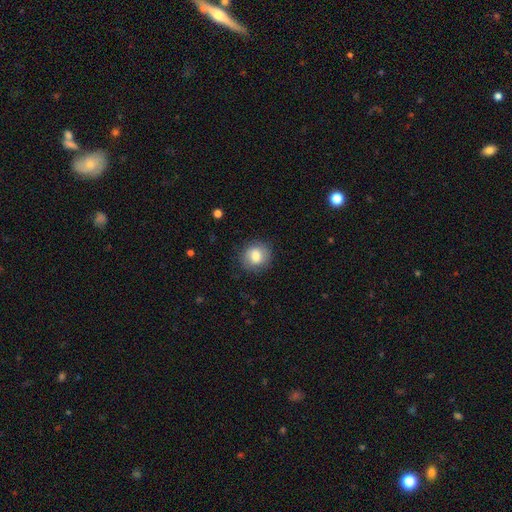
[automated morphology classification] This is likely a smooth galaxy (80%). How rounded: clearly round (82%). Merging: clearly none (84%).